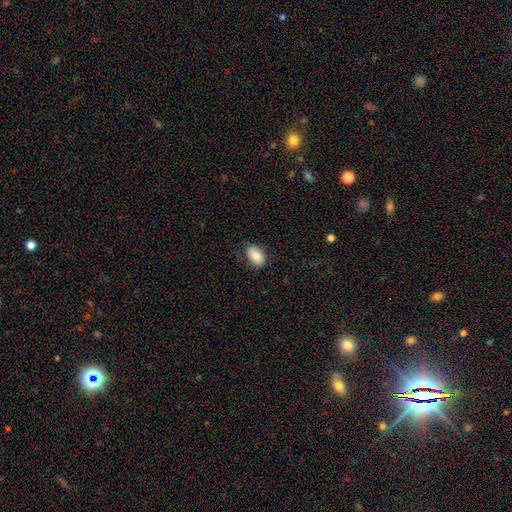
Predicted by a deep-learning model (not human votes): This appears to be a smooth galaxy with no disk features (81%) that is in between round and cigar-shaped (90%). Merging: none (82%).